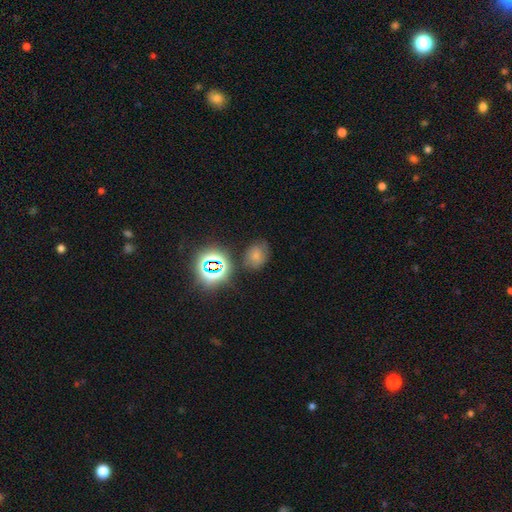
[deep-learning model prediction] Smooth or featured?
  - smooth: 62% *
  - star or artifact: 25%
  - featured or disk: 13%
How rounded?
  - in between: 53% *
  - round: 46%
  - cigar-shaped: 1%
Merging?
  - none: 68% *
  - minor disturbance: 20%
  - major disturbance: 7%
  - merger: 5%